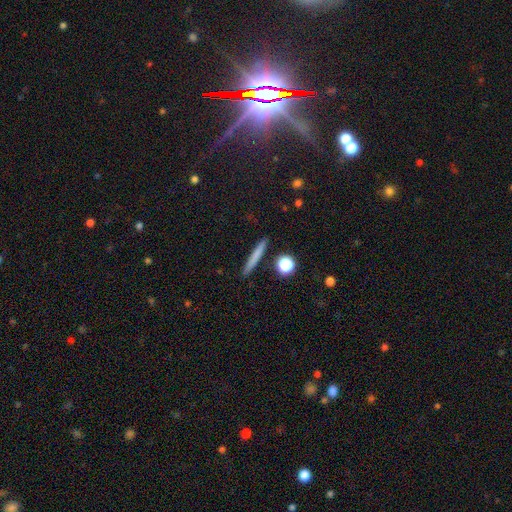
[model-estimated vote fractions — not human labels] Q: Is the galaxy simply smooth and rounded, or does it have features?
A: smooth — 71%.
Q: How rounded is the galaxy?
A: cigar-shaped — 92%.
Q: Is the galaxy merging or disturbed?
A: none — 90%.